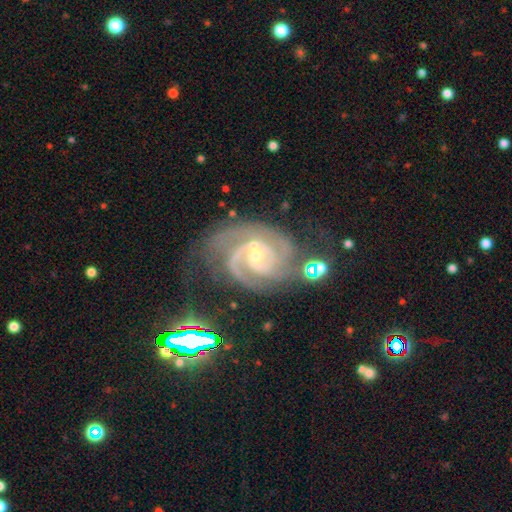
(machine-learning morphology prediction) smooth_or_featured: featured or disk (p=0.91) [alt: star or artifact p=0.06]
disk_edge_on: no (p=0.98) [alt: yes p=0.02]
bar: no (p=0.54) [alt: weak p=0.34]
has_spiral_arms: yes (p=0.99) [alt: no p=0.01]
spiral_winding: tight (p=0.61) [alt: medium p=0.35]
spiral_arm_count: 2 (p=0.59) [alt: 3 p=0.22]
bulge_size: small (p=0.68) [alt: moderate p=0.29]
merging: none (p=0.59) [alt: minor disturbance p=0.23]